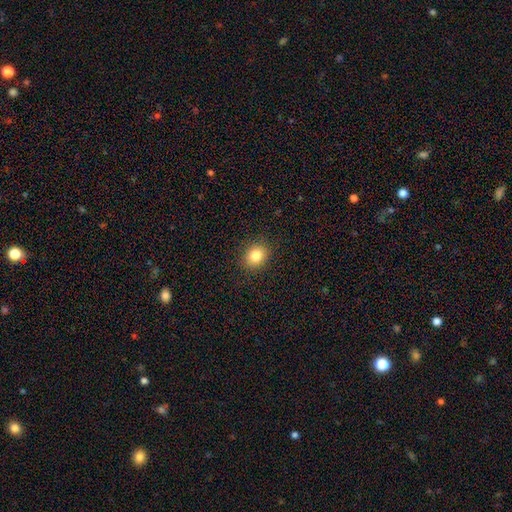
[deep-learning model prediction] The model was most divided on "how rounded": round: 65%, in between: 34%, cigar-shaped: 1%. More confident: merging — none (90%); smooth or featured — smooth (83%).